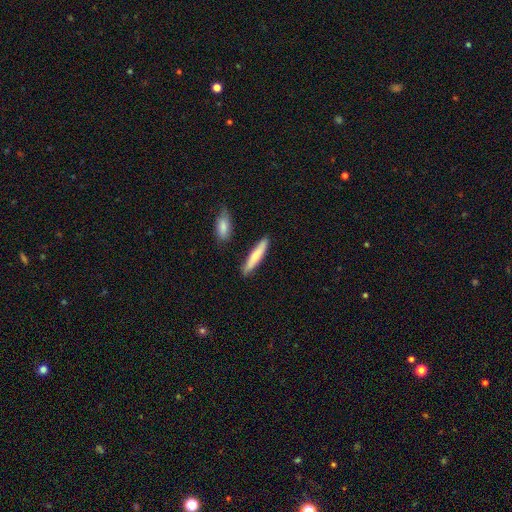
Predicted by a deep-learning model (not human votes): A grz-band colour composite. It shows a smooth galaxy with no disk features (72%) that is cigar-shaped (88%). Merging: none (84%).